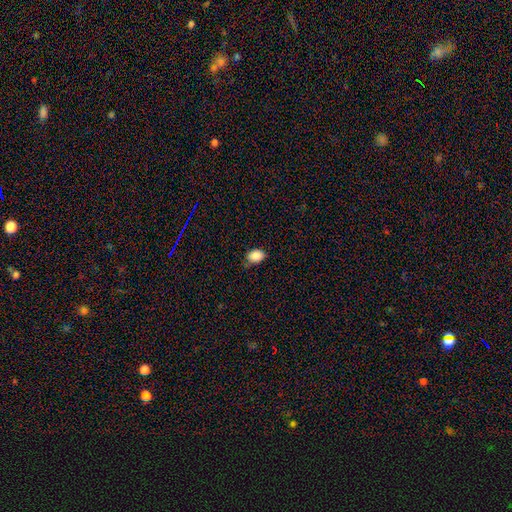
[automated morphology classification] A smooth galaxy with no disk features (87%) that is in between round and cigar-shaped (73%). Merging: none (67%).